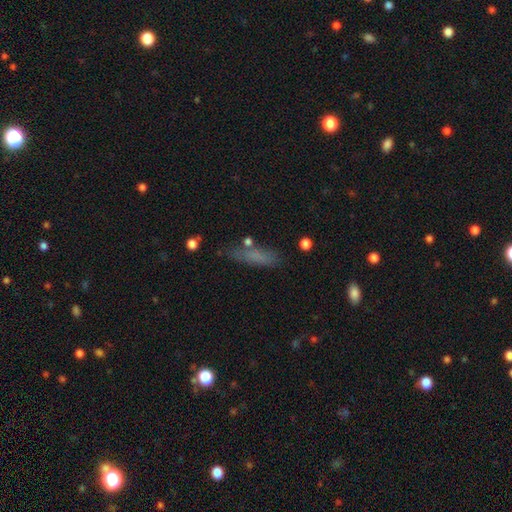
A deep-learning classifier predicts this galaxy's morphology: Smooth or featured? smooth (68%)
How rounded? cigar-shaped (71%)
Merging? none (68%)